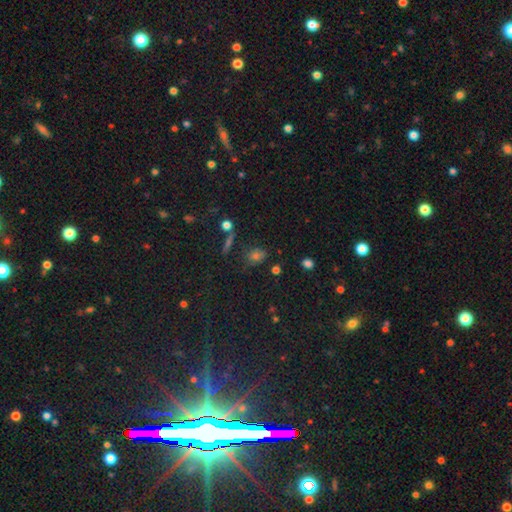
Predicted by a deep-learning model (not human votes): smooth_or_featured: smooth (p=0.61) [alt: star or artifact p=0.29]
how_rounded: in between (p=0.54) [alt: round p=0.42]
merging: none (p=0.74) [alt: minor disturbance p=0.15]